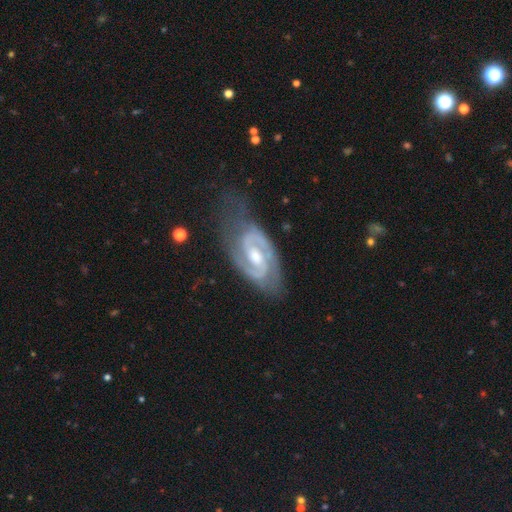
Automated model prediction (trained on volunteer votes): Morphology: type=featured or disk (91%); edge-on=no (96%); bar=weak (50%); spiral arms=yes (98%); winding=tight (46%, tied with medium); arm count=2 (90%); bulge=moderate (60%); merging=none (64%).